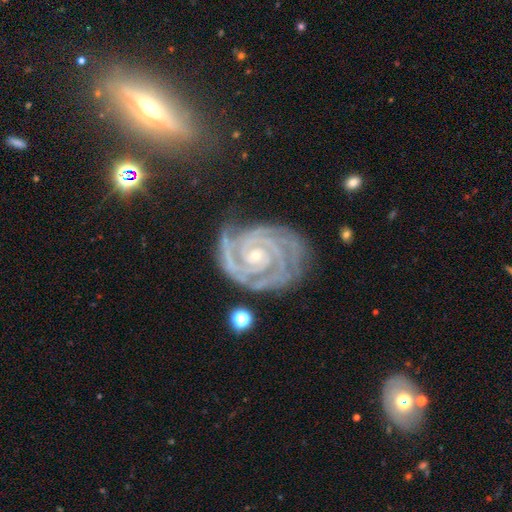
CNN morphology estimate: Smooth or featured? featured or disk (92%)
Edge-on disk? no (98%)
Bar? no (67%)
Spiral arms? yes (99%)
Spiral winding? tight (85%)
Spiral arm count? 2 (41%)
Bulge size? small (77%)
Merging? none (71%)